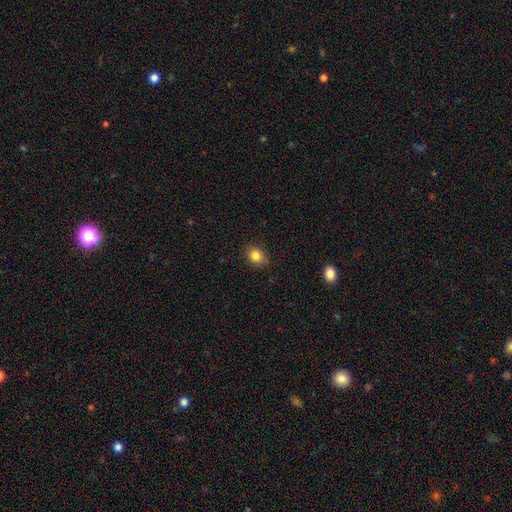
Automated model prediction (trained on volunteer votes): smooth-or-featured: smooth: 84% | star or artifact: 10% | featured or disk: 6%
  how-rounded: round: 58% | in between: 41% | cigar-shaped: 1%
  merging: none: 87% | minor disturbance: 9% | major disturbance: 2% | merger: 1%